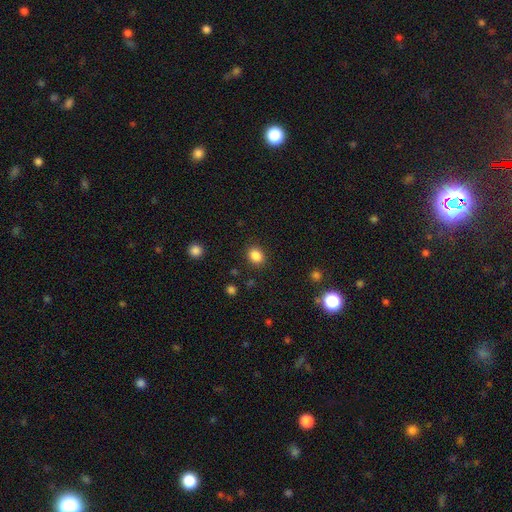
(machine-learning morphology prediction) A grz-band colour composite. It shows a smooth galaxy with no disk features (86%) that is round (54%). Merging: none (87%).